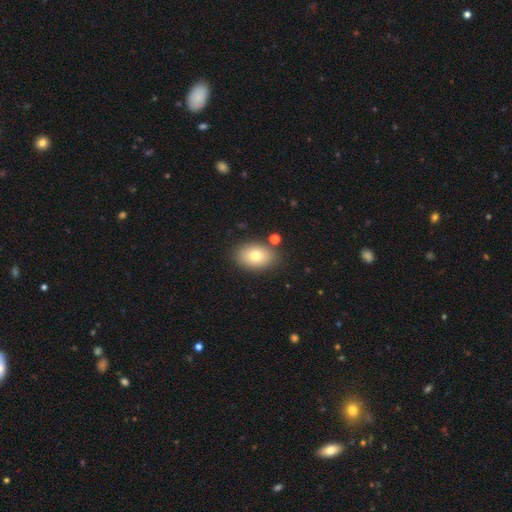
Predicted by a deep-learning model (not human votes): This is likely a smooth galaxy (77%). How rounded: clearly in between (83%). Merging: clearly none (84%).